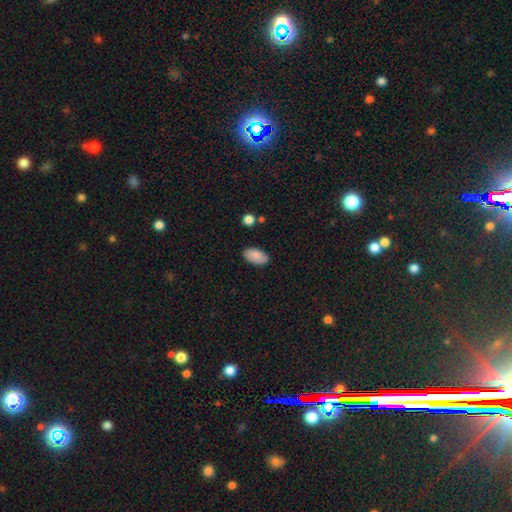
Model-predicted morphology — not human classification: This appears to be a smooth galaxy with no disk features (86%) that is in between round and cigar-shaped (95%). Merging: none (84%).